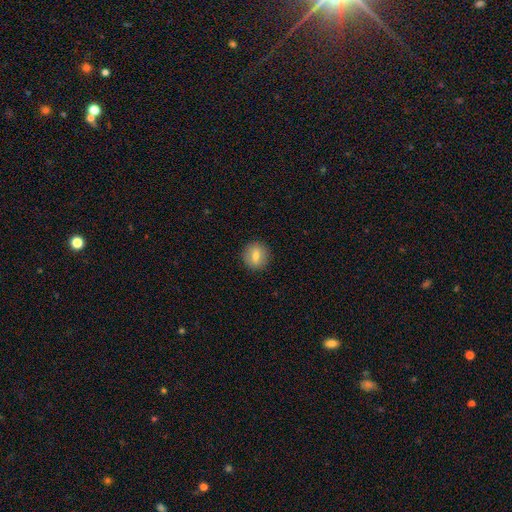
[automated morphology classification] Overall: smooth (73%). How rounded: round (89%). Merging: none (90%).